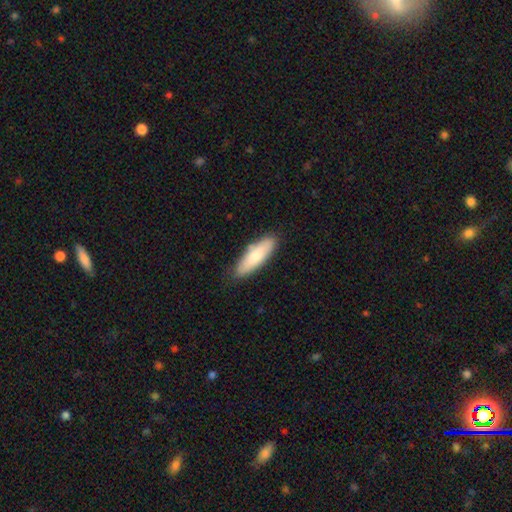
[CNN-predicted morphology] Smooth or featured? smooth (79%)
How rounded? cigar-shaped (53%)
Merging? none (82%)